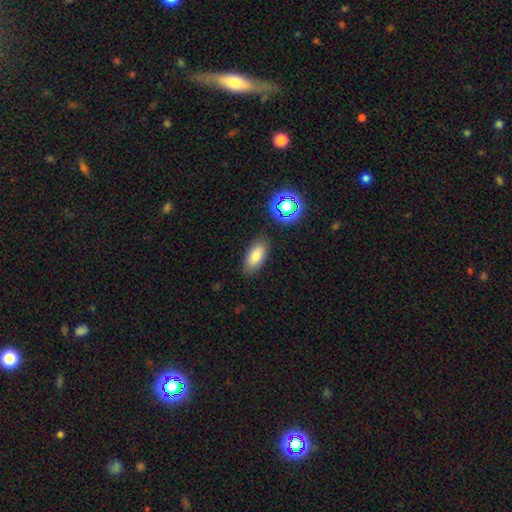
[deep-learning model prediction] Smooth or featured?
  - smooth: 80% *
  - star or artifact: 10%
  - featured or disk: 9%
How rounded?
  - in between: 89% *
  - cigar-shaped: 8%
  - round: 4%
Merging?
  - none: 84% *
  - minor disturbance: 10%
  - major disturbance: 3%
  - merger: 2%